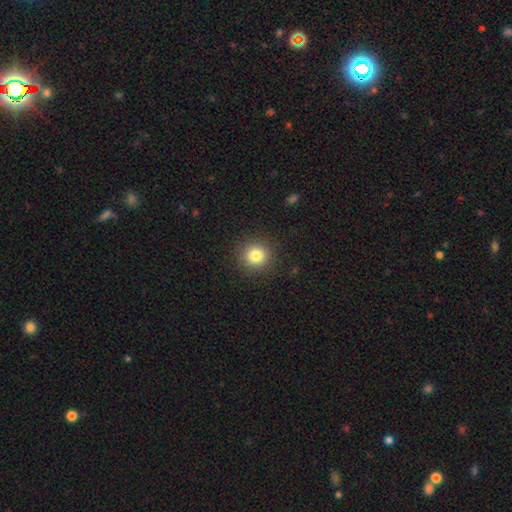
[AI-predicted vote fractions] Smooth or featured? Predicted: smooth (p=0.82). How rounded? Predicted: round (p=0.92). Merging? Predicted: none (p=0.90).